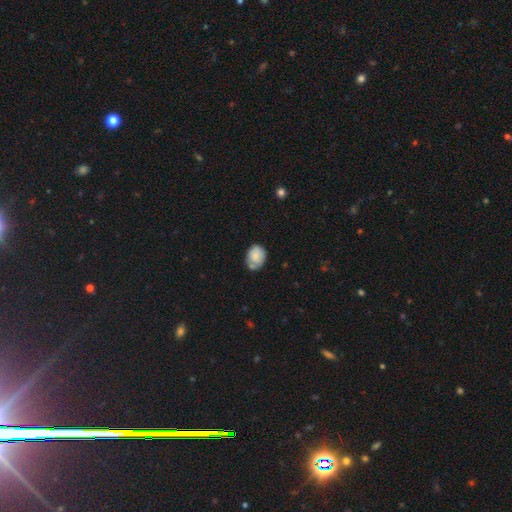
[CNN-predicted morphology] This is likely a smooth galaxy (76%). How rounded: likely in between (64%). Merging: possibly none (51%).